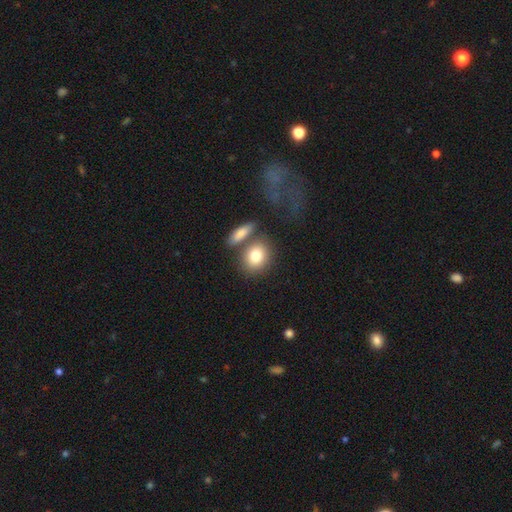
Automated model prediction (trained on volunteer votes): This appears to be a smooth galaxy with no disk features (79%) that is round (49%). Merging: none (57%).